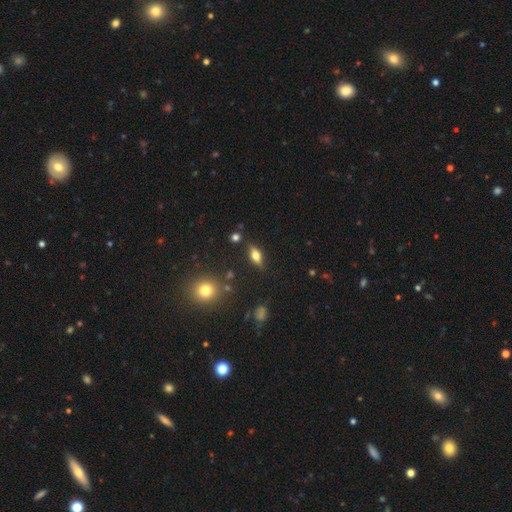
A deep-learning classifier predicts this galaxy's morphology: This is possibly a smooth galaxy (55%). How rounded: likely in between (74%). Merging: clearly none (81%).